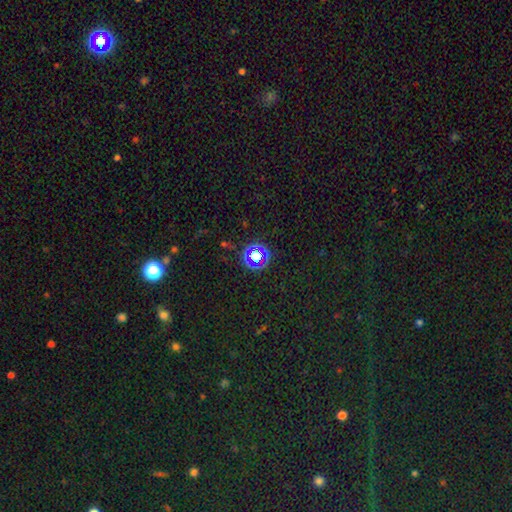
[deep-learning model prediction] This appears to be a star or artifact, not a galaxy (68%).